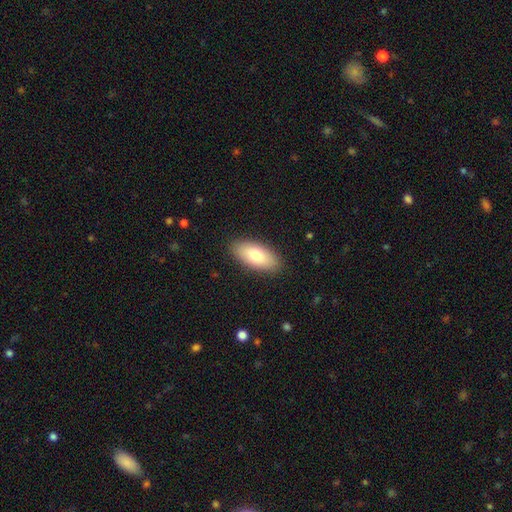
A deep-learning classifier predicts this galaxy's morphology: smooth_or_featured: smooth (p=0.76) [alt: featured or disk p=0.18]
how_rounded: in between (p=0.88) [alt: cigar-shaped p=0.09]
merging: none (p=0.88) [alt: minor disturbance p=0.08]